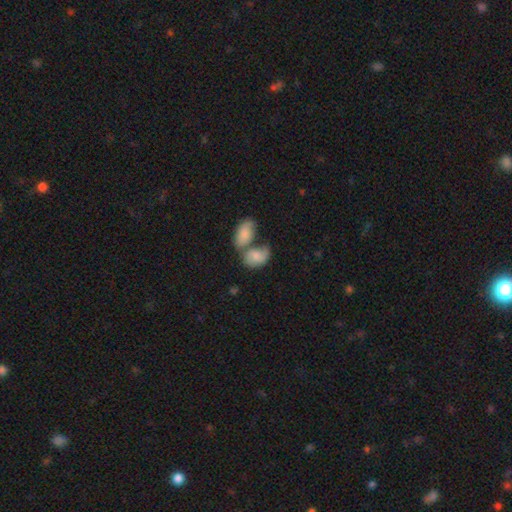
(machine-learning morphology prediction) smooth 70%, featured or disk 22%, star or artifact 8%. Down the decision tree: how rounded — in between (83%); merging — merger (61%).